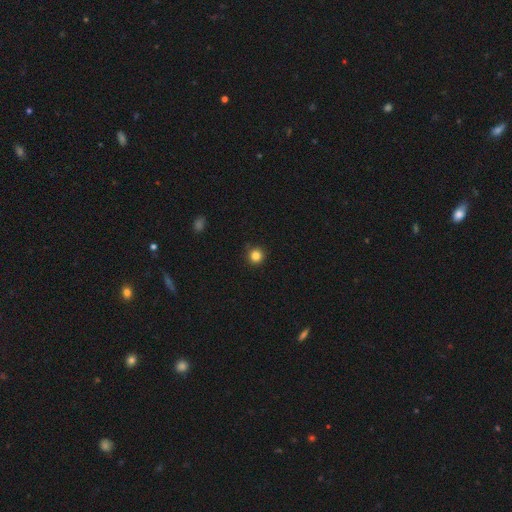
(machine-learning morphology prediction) Smooth or featured?
  - smooth: 84% *
  - star or artifact: 12%
  - featured or disk: 4%
How rounded?
  - round: 95% *
  - in between: 4%
  - cigar-shaped: 1%
Merging?
  - none: 90% *
  - minor disturbance: 7%
  - major disturbance: 2%
  - merger: 1%